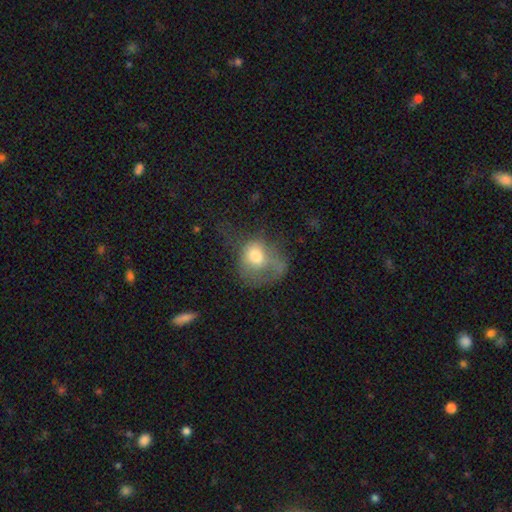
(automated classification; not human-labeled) This appears to be a smooth galaxy with no disk features (62%) that is round (55%). Merging: major disturbance (56%).